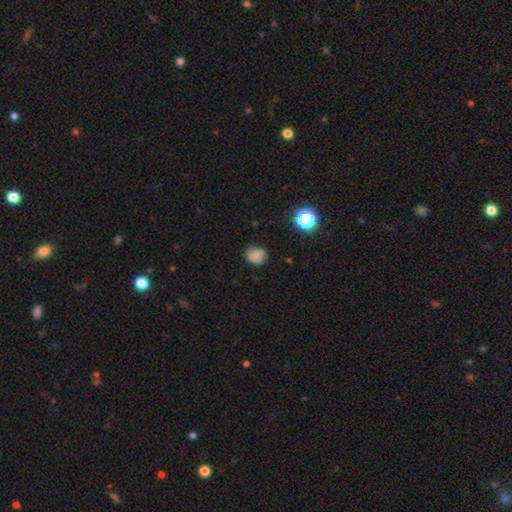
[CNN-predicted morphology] smooth-or-featured: smooth: 70% | featured or disk: 15% | star or artifact: 15%
  how-rounded: round: 72% | in between: 27% | cigar-shaped: 1%
  merging: none: 61% | minor disturbance: 28% | major disturbance: 9% | merger: 2%